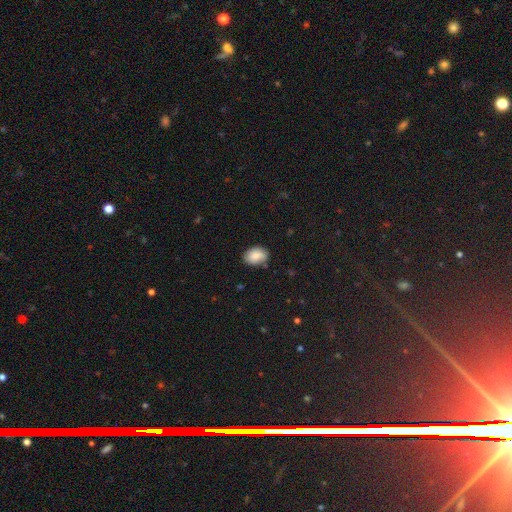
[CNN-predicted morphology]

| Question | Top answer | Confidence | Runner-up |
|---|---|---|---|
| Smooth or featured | smooth | 84% | featured or disk (9%) |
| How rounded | in between | 75% | round (24%) |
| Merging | none | 75% | minor disturbance (20%) |